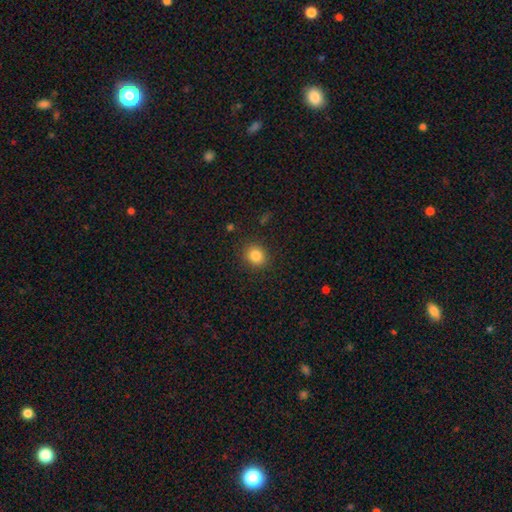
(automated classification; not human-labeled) smooth 84%, star or artifact 10%, featured or disk 5%. Down the decision tree: how rounded — round (72%); merging — none (88%).